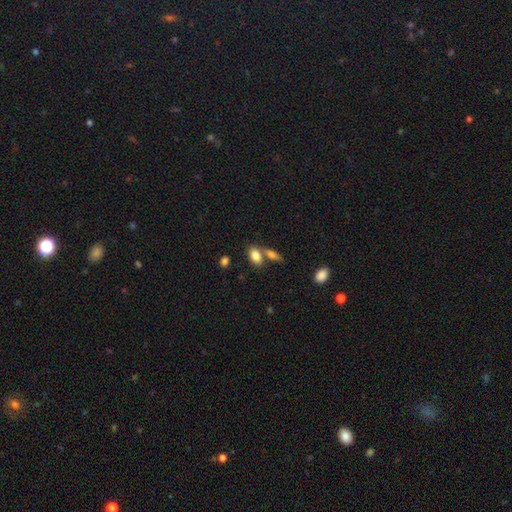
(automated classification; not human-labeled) This is clearly a smooth galaxy (84%). How rounded: clearly in between (89%). Merging: possibly none (53%).